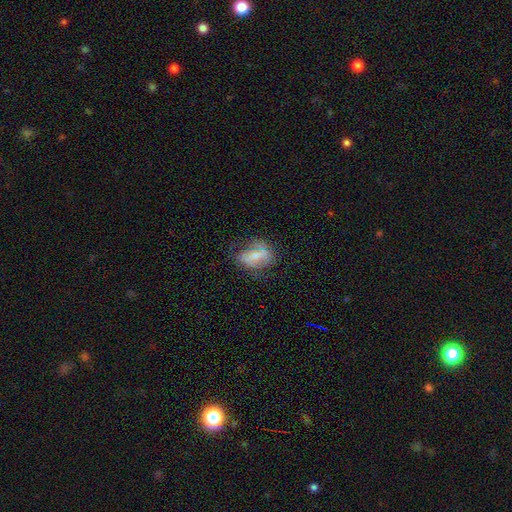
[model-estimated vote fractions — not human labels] Morphology: type=featured or disk (47%); merging=none (55%).